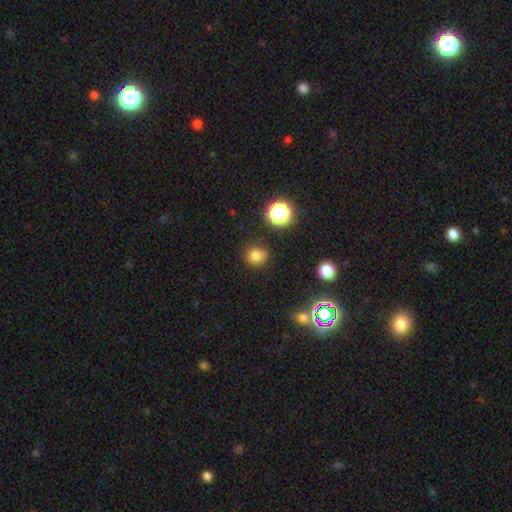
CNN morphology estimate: A smooth galaxy with no disk features (78%) that is round (83%).

Vote fractions:
- Smooth or featured? smooth: 78% / star or artifact: 16% / featured or disk: 5%
- How rounded? round: 83% / in between: 16% / cigar-shaped: 1%
- Merging? none: 76% / minor disturbance: 16% / major disturbance: 4% / merger: 4%